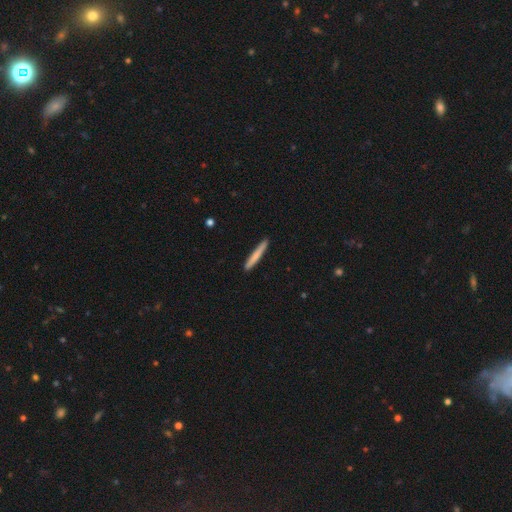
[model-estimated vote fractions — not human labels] smooth 74%, featured or disk 21%, star or artifact 5%. Down the decision tree: how rounded — cigar-shaped (96%); merging — none (91%).